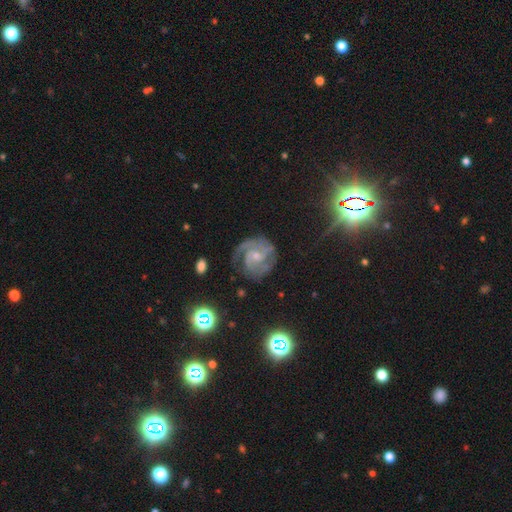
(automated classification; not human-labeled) The model was most divided on "spiral winding": tight: 46%, medium: 44%, loose: 10%. Remaining: edge-on disk — no (98%); spiral arms — yes (97%); smooth or featured — featured or disk (87%); merging — none (69%); bulge size — small (63%); bar — no (53%); spiral arm count — 2 (46%).